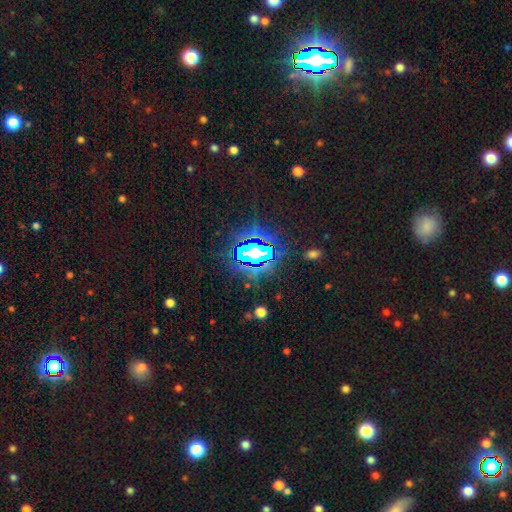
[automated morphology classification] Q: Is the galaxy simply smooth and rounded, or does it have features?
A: star or artifact — 71%.